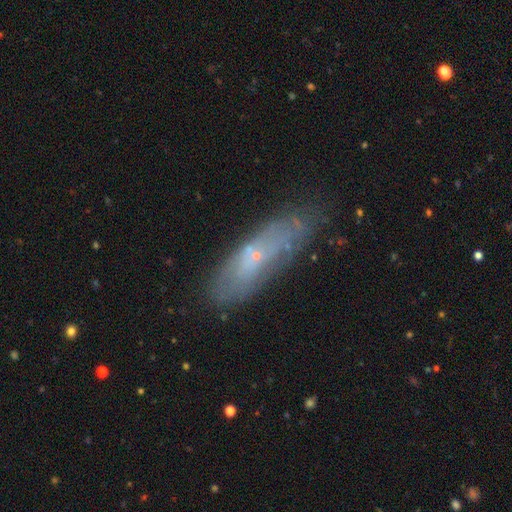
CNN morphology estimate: Smooth or featured: featured or disk — 48% (smooth — 41%)
Merging: none — 71% (minor disturbance — 20%)